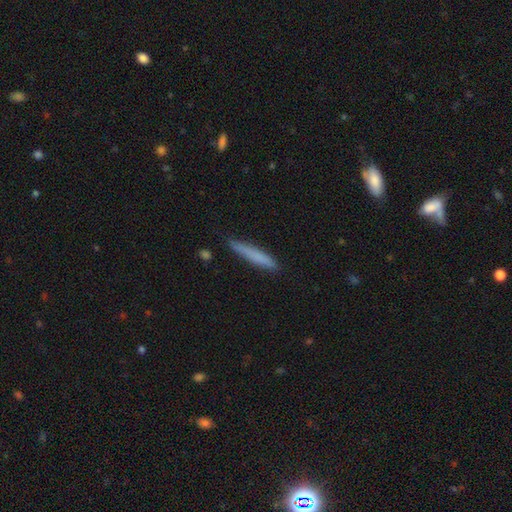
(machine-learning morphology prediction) Smooth or featured? smooth (74%)
How rounded? cigar-shaped (95%)
Merging? none (84%)